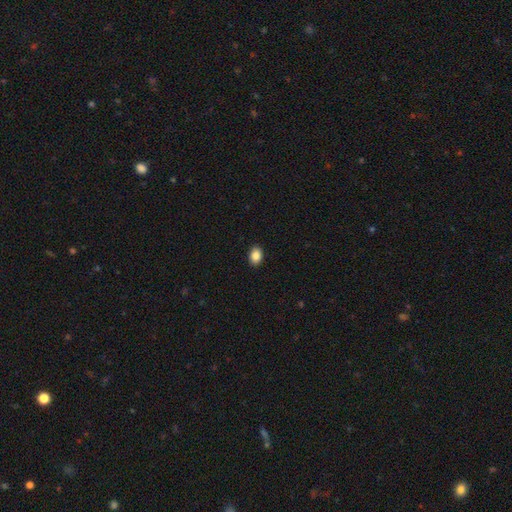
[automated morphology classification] This appears to be a smooth galaxy with no disk features (87%) that is in between round and cigar-shaped (71%). Merging: none (91%).